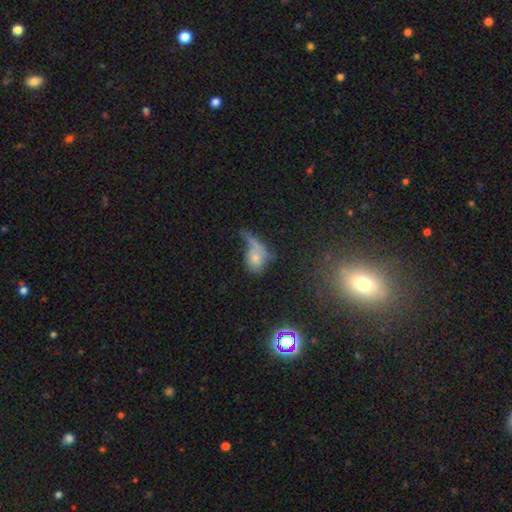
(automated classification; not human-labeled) The model was most divided on "merging": major disturbance: 37%, merger: 23%, none: 22%, minor disturbance: 18%. More confident: how rounded — in between (58%); smooth or featured — smooth (54%).